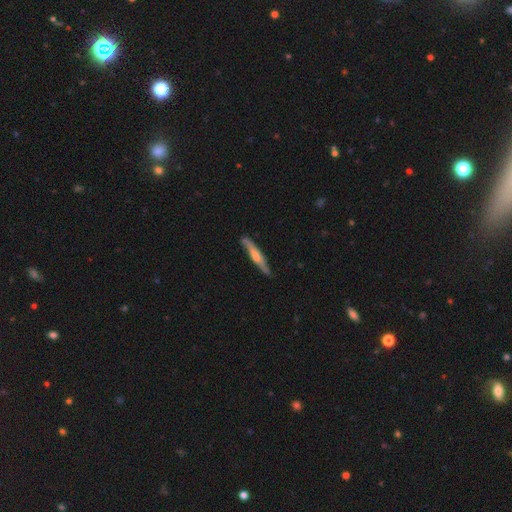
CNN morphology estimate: smooth-or-featured: featured or disk: 55% | smooth: 40% | star or artifact: 5%
  disk-edge-on: yes: 85% | no: 15%
  merging: none: 80% | minor disturbance: 16% | major disturbance: 3% | merger: 2%